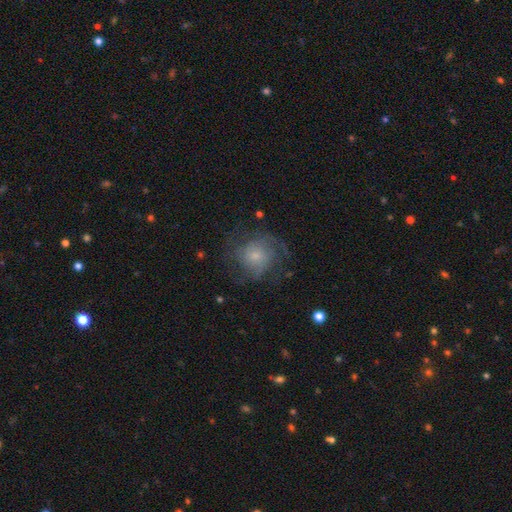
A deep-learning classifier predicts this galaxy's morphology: Smooth or featured: featured or disk — 58% (smooth — 33%)
Edge-on disk: no — 98% (yes — 2%)
Bar: no — 78% (weak — 20%)
Spiral arms: yes — 81% (no — 19%)
Bulge size: small — 45% (moderate — 39%)
Merging: none — 59% (major disturbance — 20%)